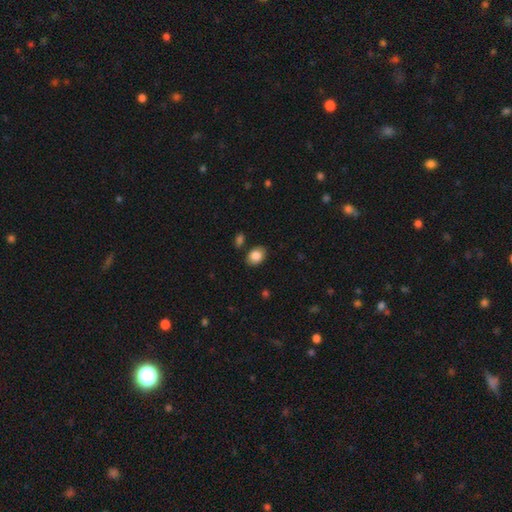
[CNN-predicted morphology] Smooth or featured? Predicted: smooth (p=0.86). How rounded? Predicted: in between (p=0.72). Merging? Predicted: none (p=0.82).